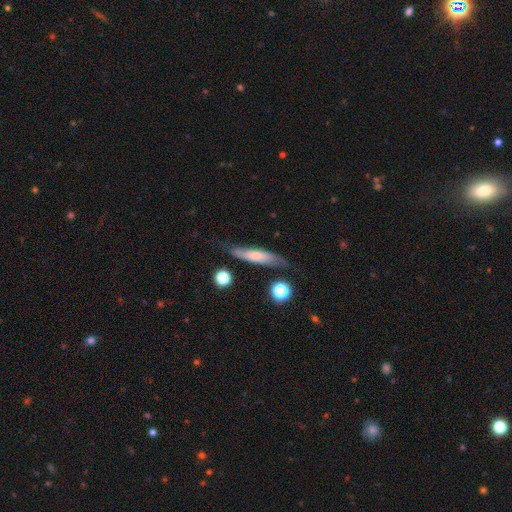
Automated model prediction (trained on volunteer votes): smooth_or_featured: smooth (p=0.53) [alt: featured or disk p=0.40]
how_rounded: cigar-shaped (p=0.77) [alt: in between p=0.20]
merging: none (p=0.70) [alt: minor disturbance p=0.21]